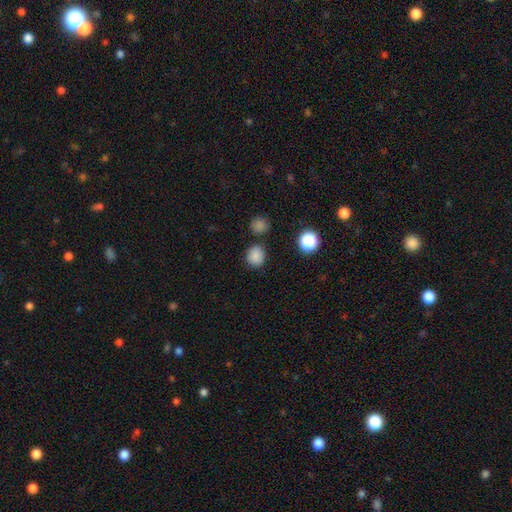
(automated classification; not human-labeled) smooth_or_featured: smooth (p=0.84) [alt: star or artifact p=0.13]
how_rounded: round (p=0.82) [alt: in between p=0.17]
merging: none (p=0.82) [alt: minor disturbance p=0.10]